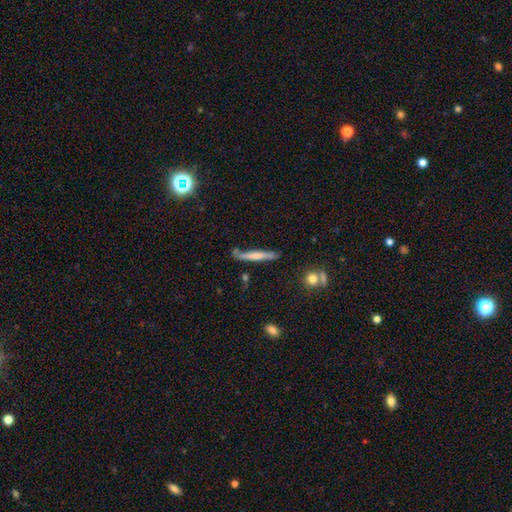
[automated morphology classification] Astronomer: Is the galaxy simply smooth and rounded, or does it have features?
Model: smooth — 53% (runner-up: featured or disk, 40%).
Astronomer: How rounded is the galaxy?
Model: cigar-shaped — 94%.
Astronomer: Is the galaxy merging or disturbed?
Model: none — 74%.